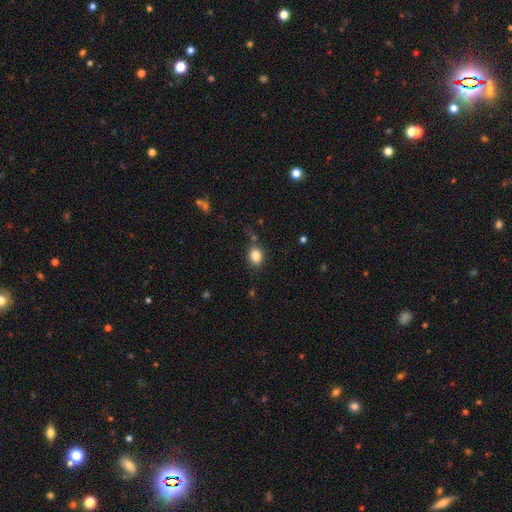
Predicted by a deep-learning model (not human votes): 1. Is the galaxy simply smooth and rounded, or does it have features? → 84% smooth, 10% star or artifact, 6% featured or disk.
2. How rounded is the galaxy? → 56% in between, 43% round, 1% cigar-shaped.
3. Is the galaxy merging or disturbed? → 75% none, 16% minor disturbance, 5% major disturbance, 4% merger.